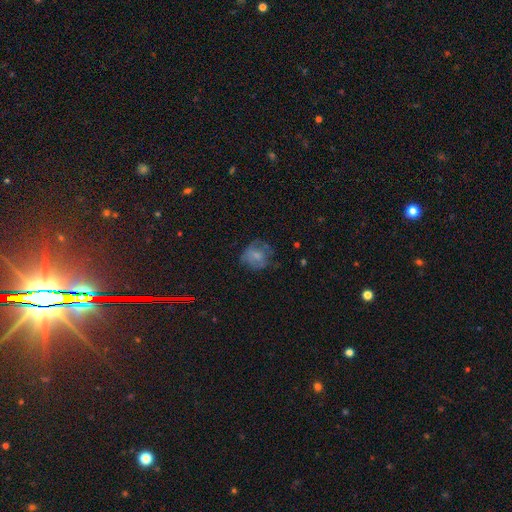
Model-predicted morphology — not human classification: This appears to be a smooth galaxy with no disk features (57%) that is round (75%). Merging: none (54%).